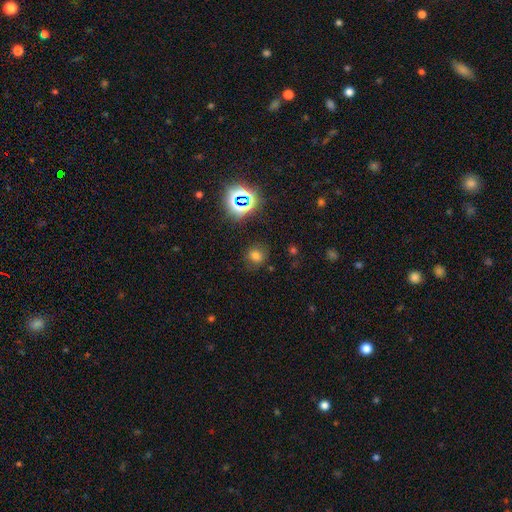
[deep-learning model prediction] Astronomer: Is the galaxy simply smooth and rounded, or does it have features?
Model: smooth — 66%.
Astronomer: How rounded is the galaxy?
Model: round — 77%.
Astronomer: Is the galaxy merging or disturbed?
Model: none — 81%.